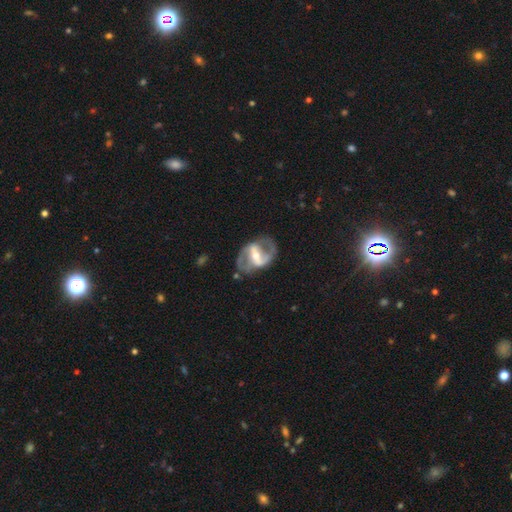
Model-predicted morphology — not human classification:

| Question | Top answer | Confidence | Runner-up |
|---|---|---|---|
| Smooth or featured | featured or disk | 86% | smooth (9%) |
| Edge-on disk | no | 96% | yes (4%) |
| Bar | strong | 60% | weak (29%) |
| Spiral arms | yes | 87% | no (13%) |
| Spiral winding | medium | 53% | loose (27%) |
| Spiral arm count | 2 | 88% | can't tell (6%) |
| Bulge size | moderate | 57% | small (36%) |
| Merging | none | 71% | minor disturbance (16%) |